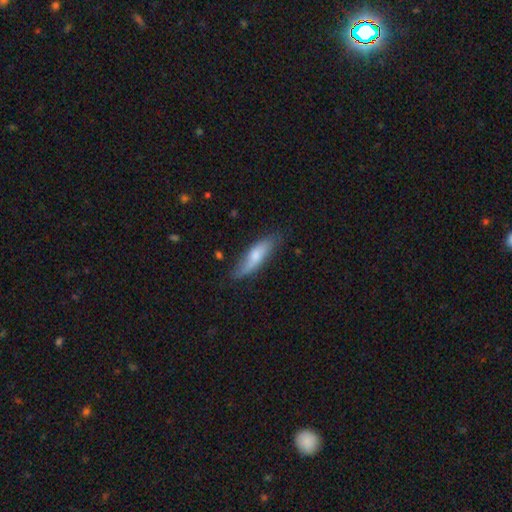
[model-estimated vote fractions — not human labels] Morphology: type=smooth (63%); roundness=cigar-shaped (60%); merging=none (70%).